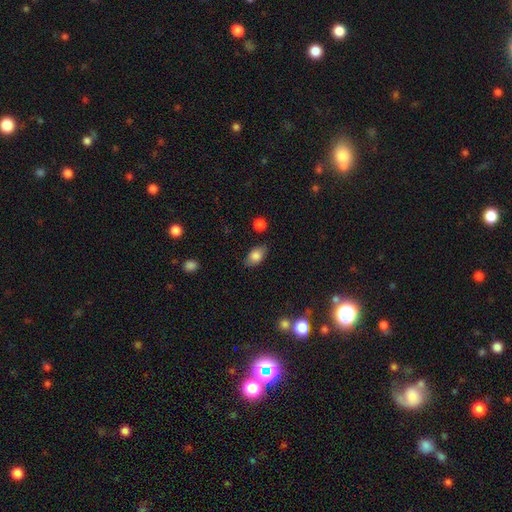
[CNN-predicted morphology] The model was most divided on "merging": none: 79%, minor disturbance: 15%, major disturbance: 4%, merger: 2%. More confident: how rounded — in between (88%); smooth or featured — smooth (82%).